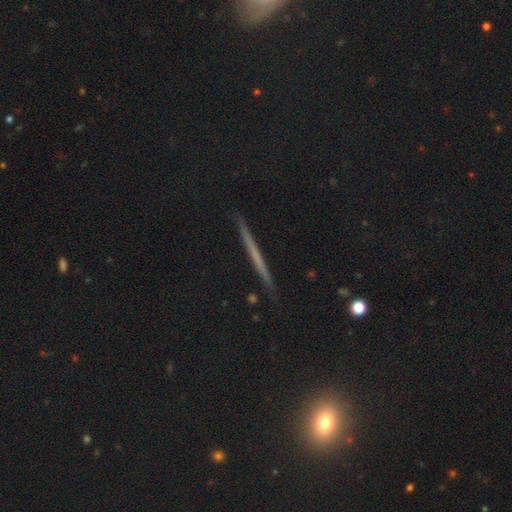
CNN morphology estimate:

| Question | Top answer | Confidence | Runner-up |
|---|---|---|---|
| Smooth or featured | featured or disk | 51% | smooth (39%) |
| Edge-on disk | yes | 97% | no (3%) |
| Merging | none | 91% | minor disturbance (7%) |